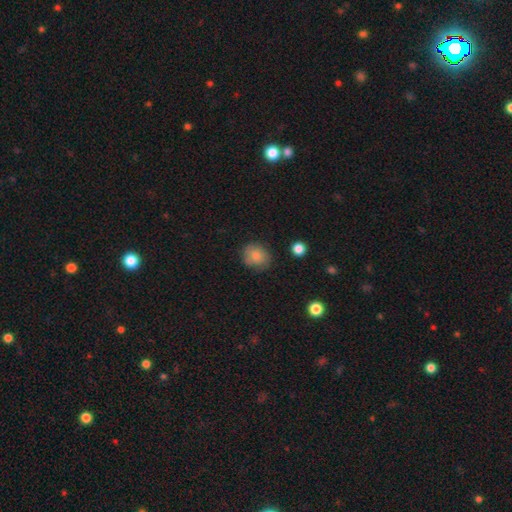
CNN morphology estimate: Overall: smooth (83%). How rounded: round (75%). Merging: none (75%).